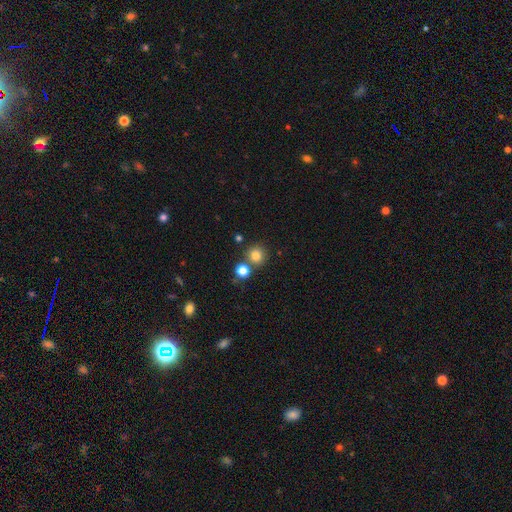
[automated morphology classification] smooth-or-featured: smooth: 80% | star or artifact: 14% | featured or disk: 7%
  how-rounded: round: 91% | in between: 8% | cigar-shaped: 1%
  merging: none: 72% | merger: 18% | minor disturbance: 8% | major disturbance: 3%